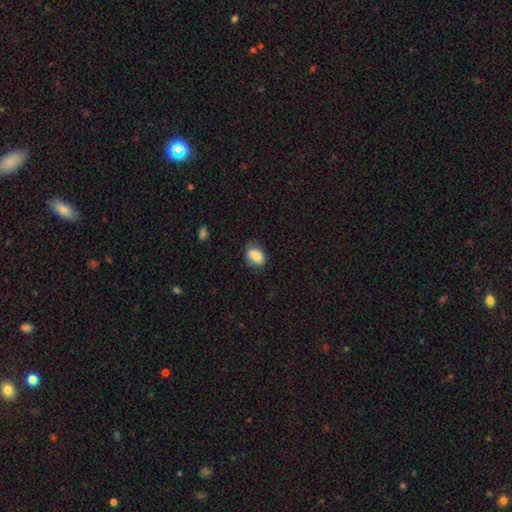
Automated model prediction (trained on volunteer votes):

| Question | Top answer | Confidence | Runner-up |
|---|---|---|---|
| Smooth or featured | smooth | 83% | featured or disk (10%) |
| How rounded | in between | 77% | round (22%) |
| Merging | none | 75% | minor disturbance (20%) |